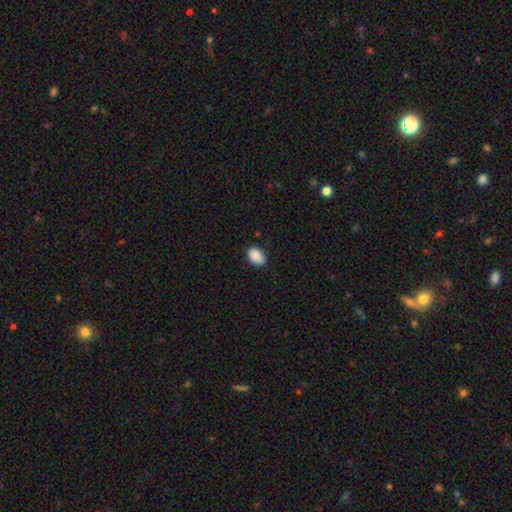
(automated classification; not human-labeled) Smooth or featured? Predicted: smooth (p=0.90). How rounded? Predicted: in between (p=0.85). Merging? Predicted: none (p=0.81).